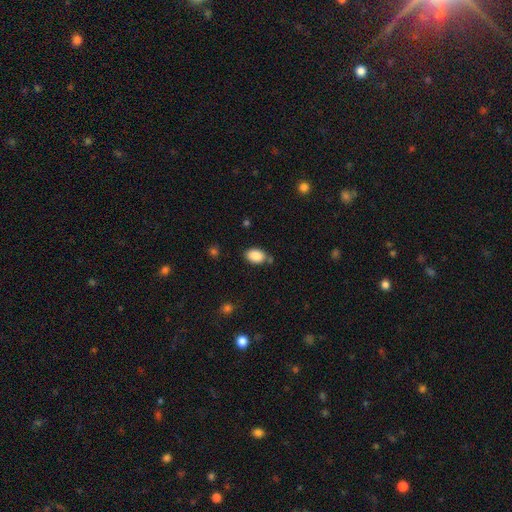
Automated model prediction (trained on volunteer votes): smooth 88%, star or artifact 8%, featured or disk 4%. Down the decision tree: how rounded — in between (85%); merging — none (74%).